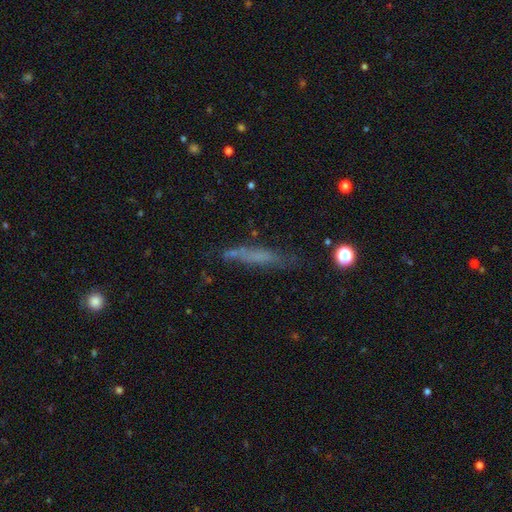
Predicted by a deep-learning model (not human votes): Morphology: type=smooth (52%); roundness=cigar-shaped (88%); merging=none (64%).